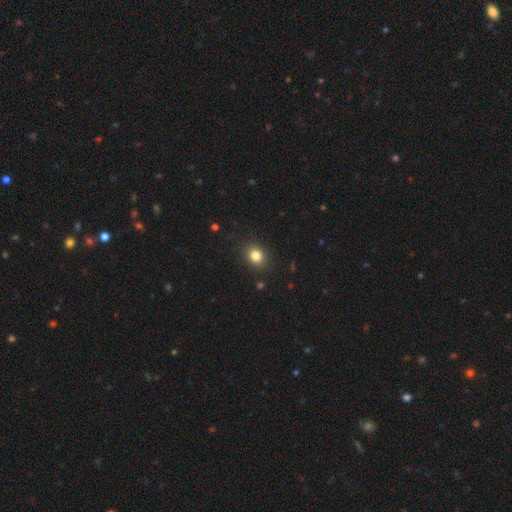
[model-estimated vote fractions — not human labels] Smooth or featured: smooth — 82% (star or artifact — 11%)
How rounded: round — 59% (in between — 40%)
Merging: none — 88% (minor disturbance — 8%)